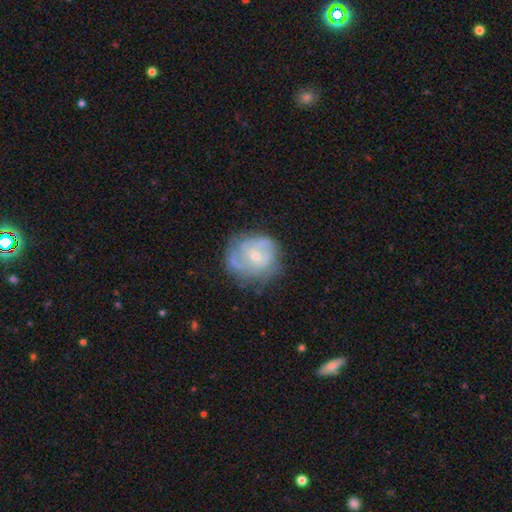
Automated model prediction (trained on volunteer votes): A featured or disk galaxy (69%) with no bar (71%), tight (54%) spiral arms (78%) and a small central bulge (65%). Merging: none (65%).